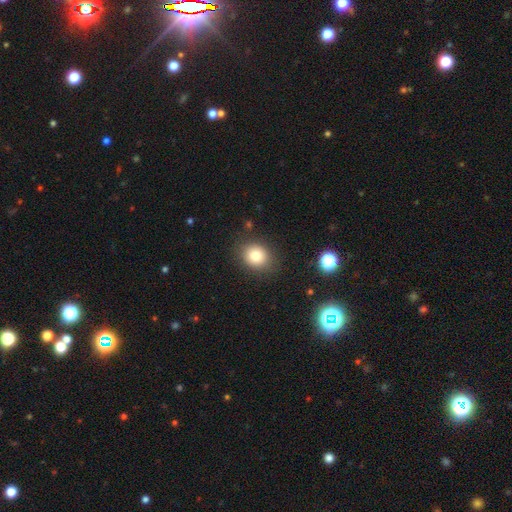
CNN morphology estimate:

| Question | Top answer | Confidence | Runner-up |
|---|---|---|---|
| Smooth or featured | smooth | 82% | star or artifact (11%) |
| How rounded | round | 69% | in between (30%) |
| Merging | none | 84% | minor disturbance (11%) |